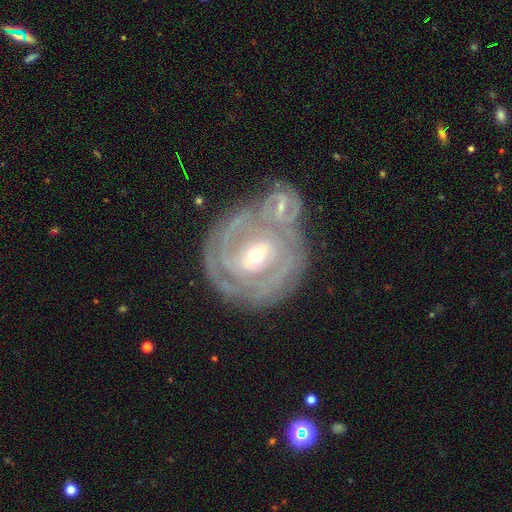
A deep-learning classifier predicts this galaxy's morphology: This is clearly a featured or disk galaxy (86%). It is clearly not viewed edge-on (97%). Bar: marginally weak (43%). Spiral arm pattern: clearly yes (91%). Spiral arm count: marginally can't tell (31%). Spiral winding: likely tight (77%). Central bulge: possibly moderate (54%). Merging: possibly merger (51%).